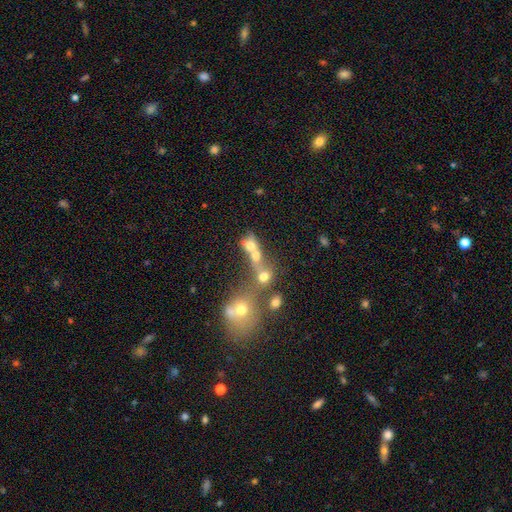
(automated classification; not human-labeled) Morphology: type=smooth (61%); roundness=round (58%); merging=merger (60%).